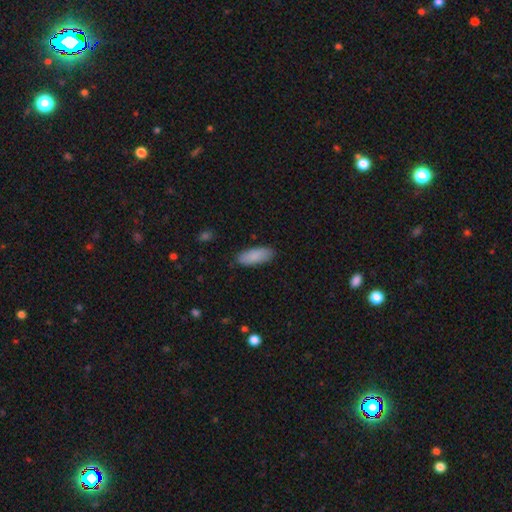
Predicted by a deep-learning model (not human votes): Smooth or featured?
  - smooth: 88% *
  - featured or disk: 7%
  - star or artifact: 6%
How rounded?
  - in between: 79% *
  - cigar-shaped: 20%
  - round: 2%
Merging?
  - none: 86% *
  - minor disturbance: 11%
  - major disturbance: 2%
  - merger: 1%